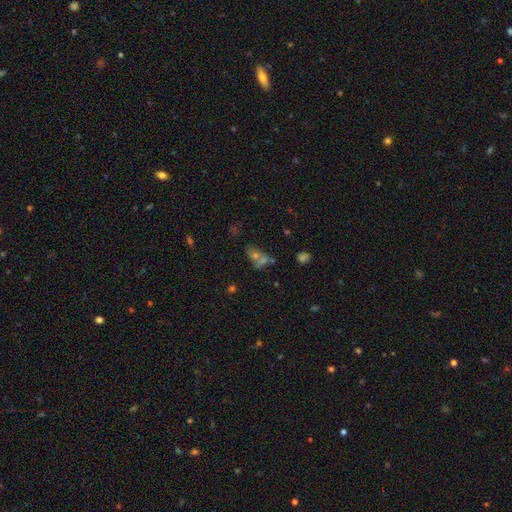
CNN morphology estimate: A smooth galaxy with no disk features (41%).

Vote fractions:
- Smooth or featured? smooth: 41% / star or artifact: 31% / featured or disk: 27%
- Merging? none: 38% / merger: 37% / minor disturbance: 13% / major disturbance: 11%